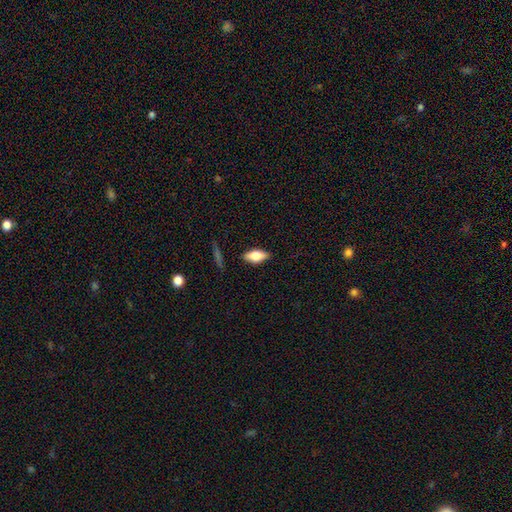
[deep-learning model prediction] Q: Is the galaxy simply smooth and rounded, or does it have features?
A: smooth — 69%.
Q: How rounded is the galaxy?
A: in between — 83%.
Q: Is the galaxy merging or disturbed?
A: none — 86%.